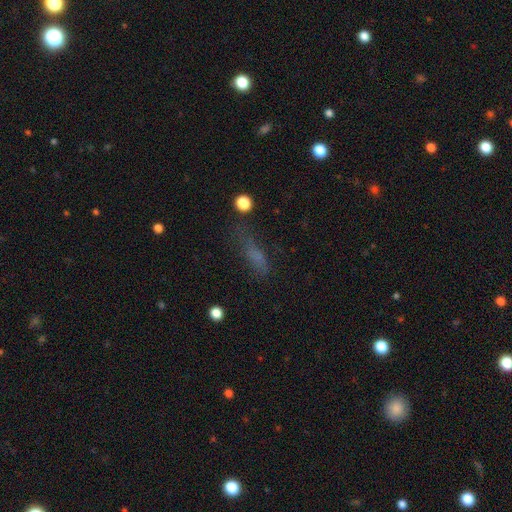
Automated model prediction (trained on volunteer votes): Smooth or featured? smooth (61%)
How rounded? cigar-shaped (51%)
Merging? none (50%)